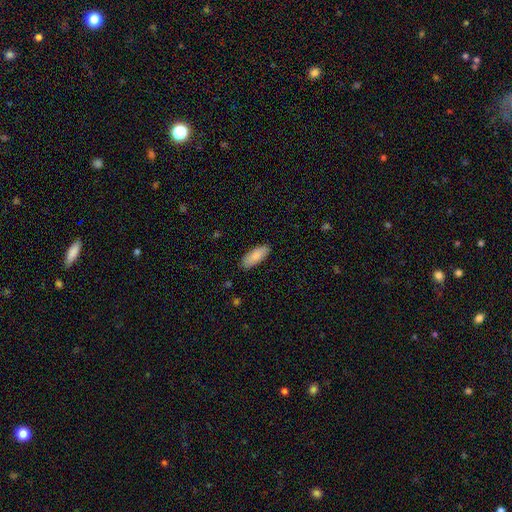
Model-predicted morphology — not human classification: Overall: smooth (88%). How rounded: in between (74%). Merging: none (88%).